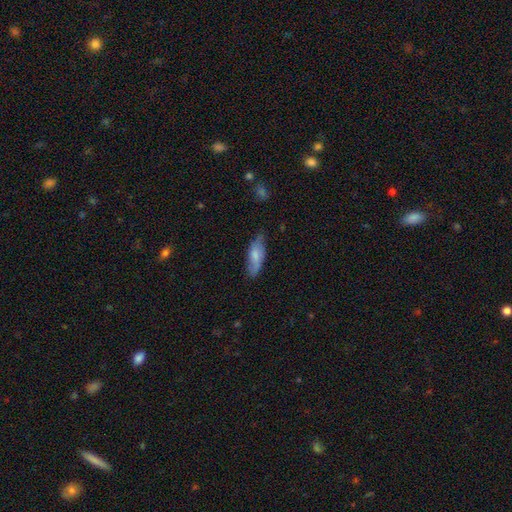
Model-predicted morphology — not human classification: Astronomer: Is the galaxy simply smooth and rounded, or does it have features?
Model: smooth — 67%.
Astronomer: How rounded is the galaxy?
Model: in between — 66%.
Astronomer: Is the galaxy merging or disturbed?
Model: none — 69%.